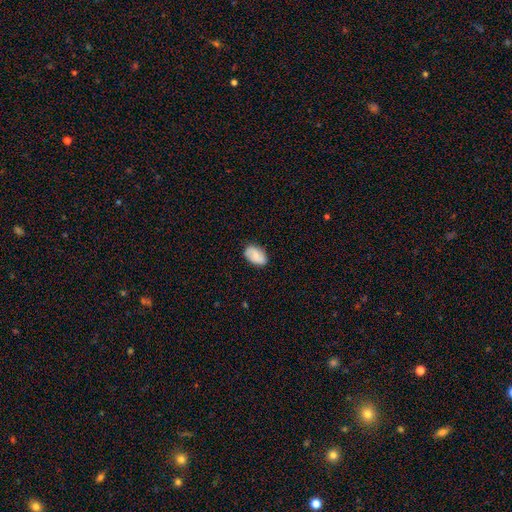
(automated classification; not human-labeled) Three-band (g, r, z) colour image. It shows a smooth galaxy with no disk features (70%) that is in between round and cigar-shaped (90%). Merging: none (82%).